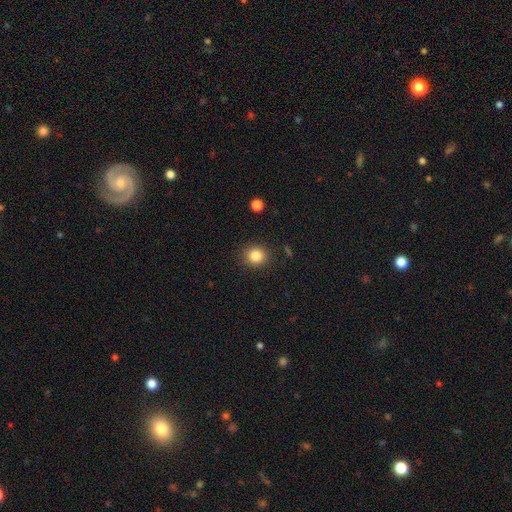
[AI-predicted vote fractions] This is clearly a smooth galaxy (84%). How rounded: clearly round (86%). Merging: clearly none (89%).